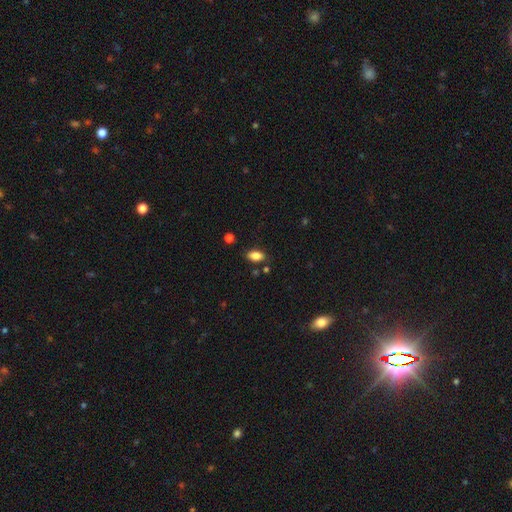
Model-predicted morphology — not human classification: smooth 85%, star or artifact 9%, featured or disk 6%. Down the decision tree: how rounded — in between (91%); merging — none (83%).